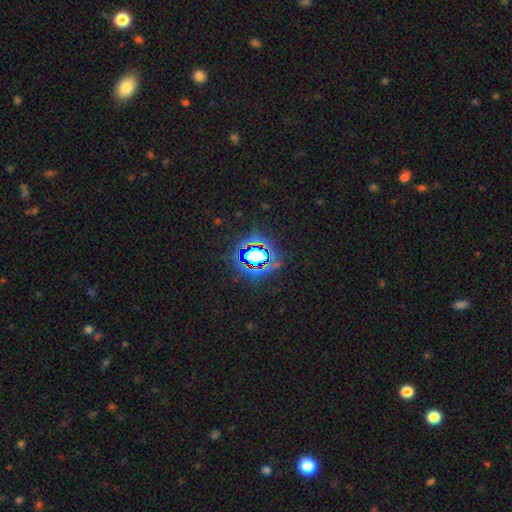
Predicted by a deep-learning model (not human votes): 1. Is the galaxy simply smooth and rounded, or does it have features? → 69% star or artifact, 18% smooth, 13% featured or disk.